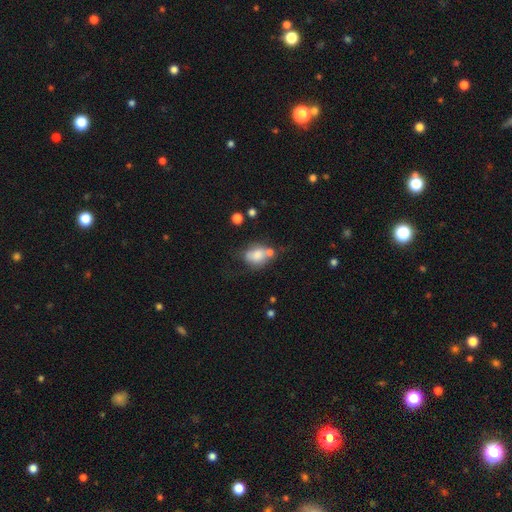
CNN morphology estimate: Smooth or featured? smooth (72%)
How rounded? in between (66%)
Merging? none (35%)